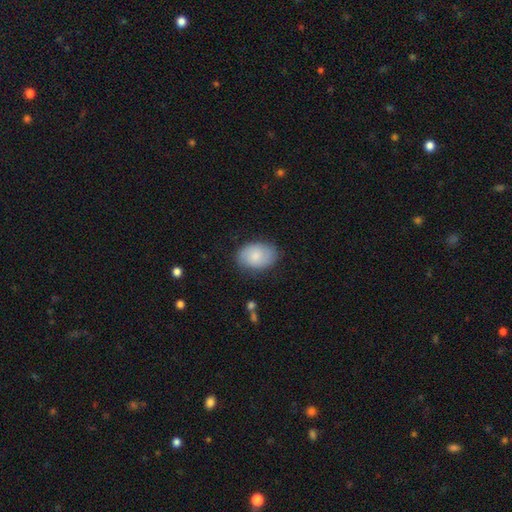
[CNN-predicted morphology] Smooth or featured?
  - smooth: 77% *
  - featured or disk: 17%
  - star or artifact: 6%
How rounded?
  - in between: 80% *
  - round: 19%
  - cigar-shaped: 1%
Merging?
  - none: 78% *
  - minor disturbance: 16%
  - major disturbance: 4%
  - merger: 1%